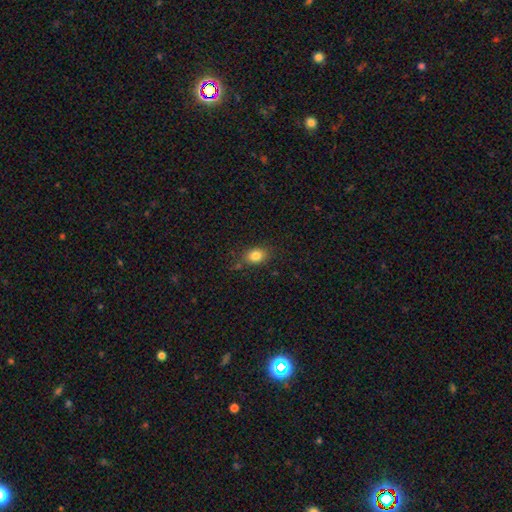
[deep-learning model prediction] Smooth or featured? smooth (83%)
How rounded? in between (66%)
Merging? none (80%)